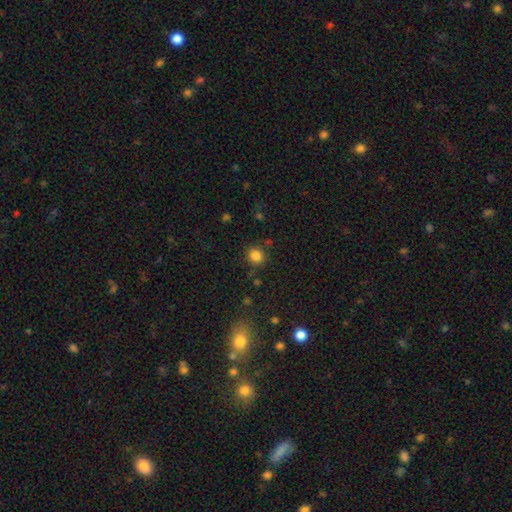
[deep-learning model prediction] Morphology: type=smooth (83%); roundness=round (89%); merging=none (83%).